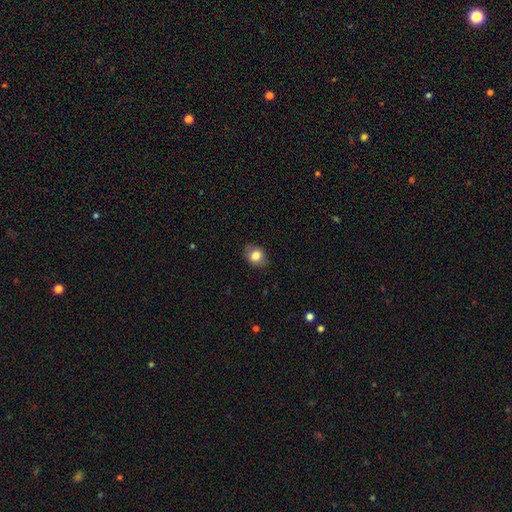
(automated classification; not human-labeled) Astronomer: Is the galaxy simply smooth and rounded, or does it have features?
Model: smooth — 82%.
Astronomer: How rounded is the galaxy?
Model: round — 50% (runner-up: in between, 49%).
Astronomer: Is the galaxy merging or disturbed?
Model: none — 83%.